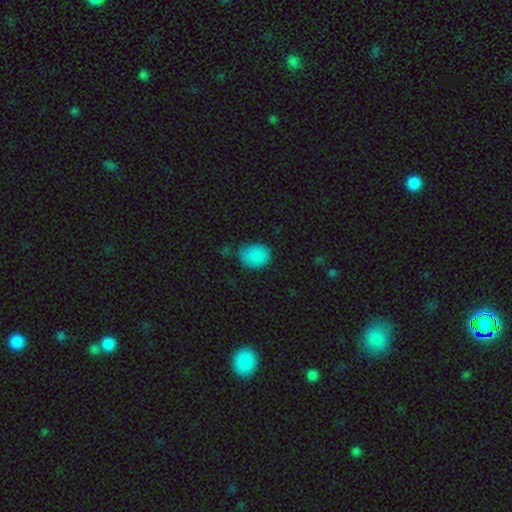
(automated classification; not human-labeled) A smooth galaxy with no disk features (85%) that is in between round and cigar-shaped (55%). Merging: none (62%).